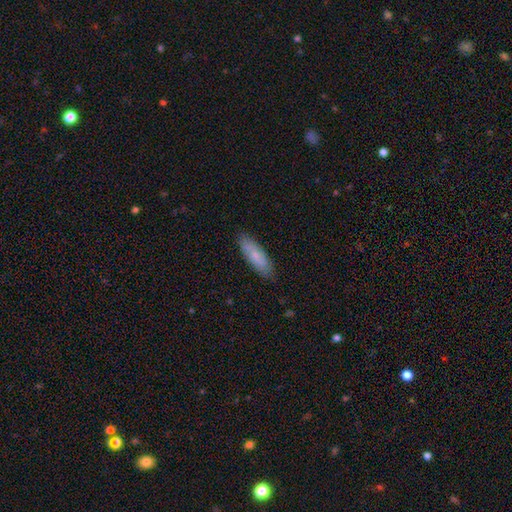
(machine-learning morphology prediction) The model was most divided on "how rounded": cigar-shaped: 50%, in between: 48%, round: 2%. More confident: merging — none (84%); smooth or featured — smooth (67%).